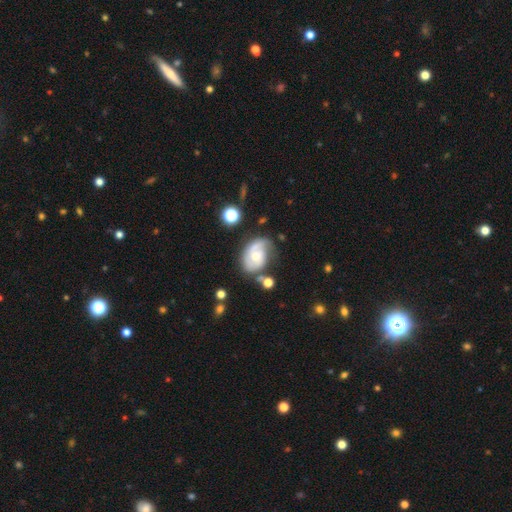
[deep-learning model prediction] This appears to be a featured or disk galaxy (70%) with no bar (67%), 2 (50%) medium (40%) spiral arms (87%) and a moderate central bulge (55%). Merging: none (49%).